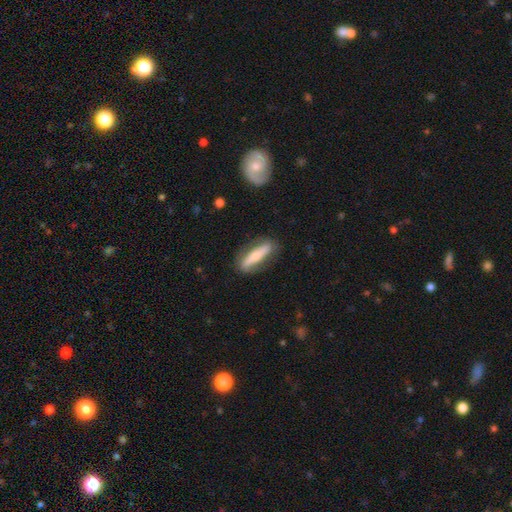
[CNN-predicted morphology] A smooth galaxy with no disk features (48%). Merging: none (79%).